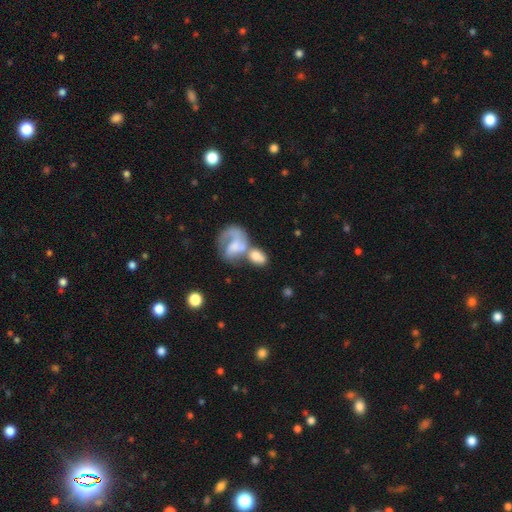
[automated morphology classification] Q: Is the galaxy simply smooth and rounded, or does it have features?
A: featured or disk — 53%.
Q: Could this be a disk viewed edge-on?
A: no — 96%.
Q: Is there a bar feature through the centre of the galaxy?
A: no — 56%.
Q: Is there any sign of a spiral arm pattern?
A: yes — 73%.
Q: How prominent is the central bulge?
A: moderate — 32%.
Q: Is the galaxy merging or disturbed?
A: merger — 50%.